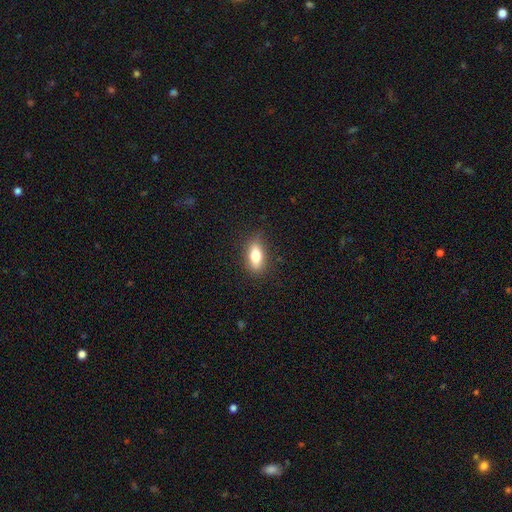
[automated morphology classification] A smooth galaxy with no disk features (75%) that is in between round and cigar-shaped (78%). Merging: none (84%).